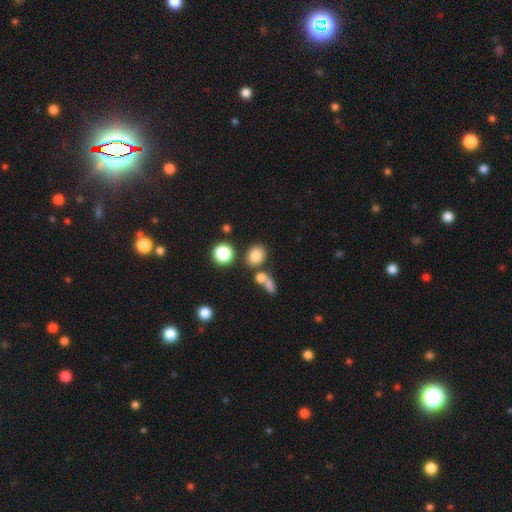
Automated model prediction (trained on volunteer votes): A smooth galaxy with no disk features (79%) that is round (57%).

Vote fractions:
- Smooth or featured? smooth: 79% / star or artifact: 13% / featured or disk: 7%
- How rounded? round: 57% / in between: 42% / cigar-shaped: 1%
- Merging? none: 71% / merger: 16% / minor disturbance: 10% / major disturbance: 4%